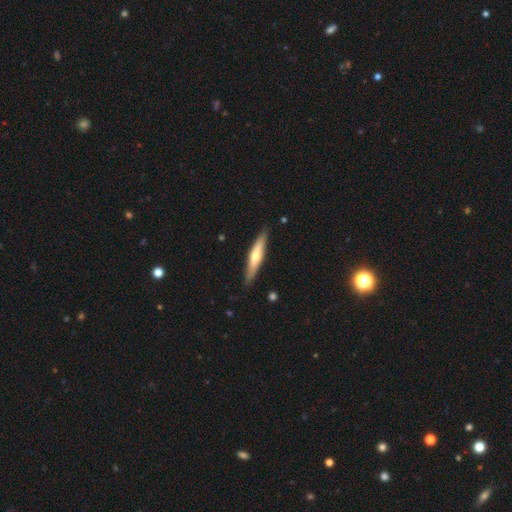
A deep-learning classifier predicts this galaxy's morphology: Smooth or featured? smooth (52%)
How rounded? cigar-shaped (89%)
Merging? none (88%)